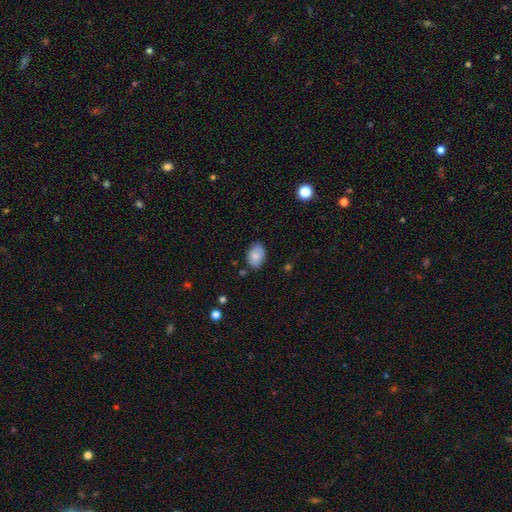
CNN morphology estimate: smooth 77%, featured or disk 16%, star or artifact 7%. Down the decision tree: how rounded — in between (79%); merging — none (74%).